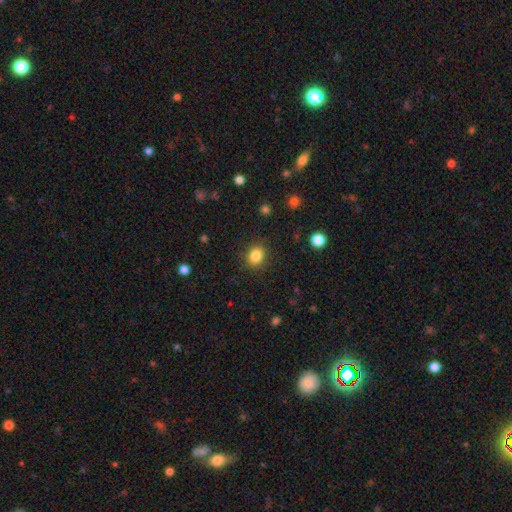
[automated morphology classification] A smooth galaxy with no disk features (84%) that is round (68%). Merging: none (88%).